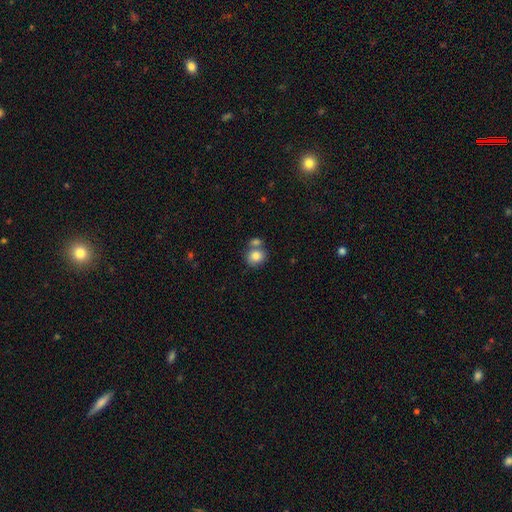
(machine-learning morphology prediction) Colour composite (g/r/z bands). It shows a smooth galaxy with no disk features (82%) that is round (76%). Merging: none (53%).